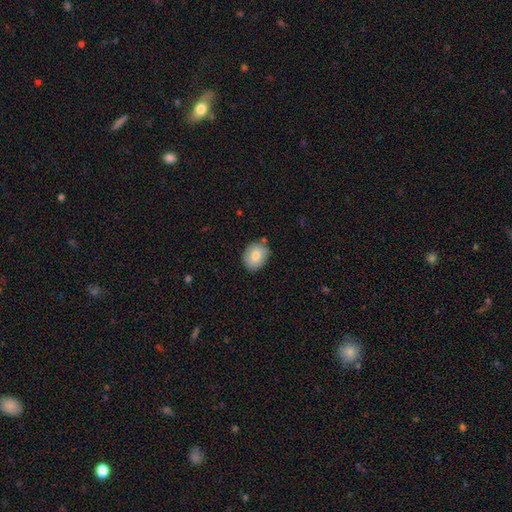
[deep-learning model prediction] Smooth or featured? Predicted: smooth (p=0.80). How rounded? Predicted: in between (p=0.53). Merging? Predicted: none (p=0.78).